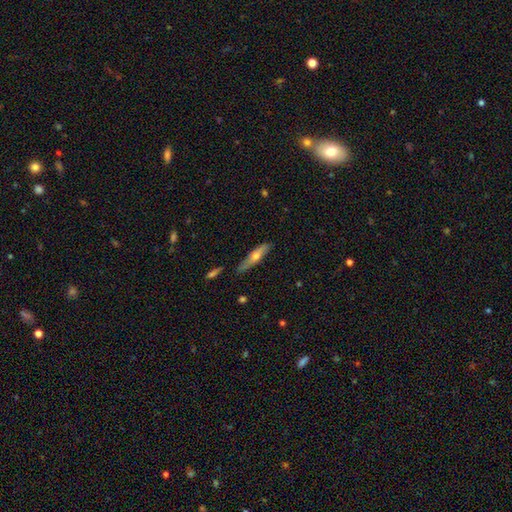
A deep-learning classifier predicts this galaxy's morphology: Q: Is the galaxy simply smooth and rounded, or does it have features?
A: smooth — 51%.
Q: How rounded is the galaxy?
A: cigar-shaped — 80%.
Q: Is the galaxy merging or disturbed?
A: none — 74%.